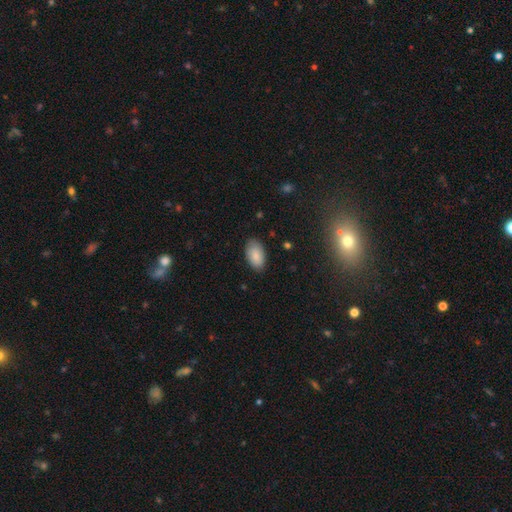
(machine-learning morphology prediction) Smooth or featured?
  - smooth: 87% *
  - star or artifact: 7%
  - featured or disk: 6%
How rounded?
  - in between: 95% *
  - round: 4%
  - cigar-shaped: 2%
Merging?
  - none: 83% *
  - minor disturbance: 13%
  - major disturbance: 3%
  - merger: 1%